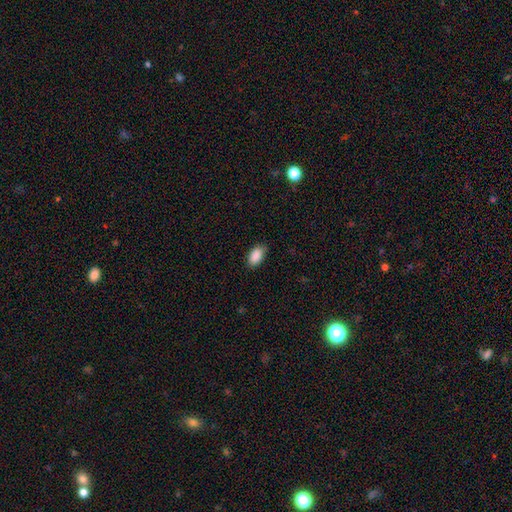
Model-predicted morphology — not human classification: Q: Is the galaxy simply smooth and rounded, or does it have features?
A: smooth — 90%.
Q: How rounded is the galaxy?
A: in between — 93%.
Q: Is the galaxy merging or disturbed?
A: none — 83%.